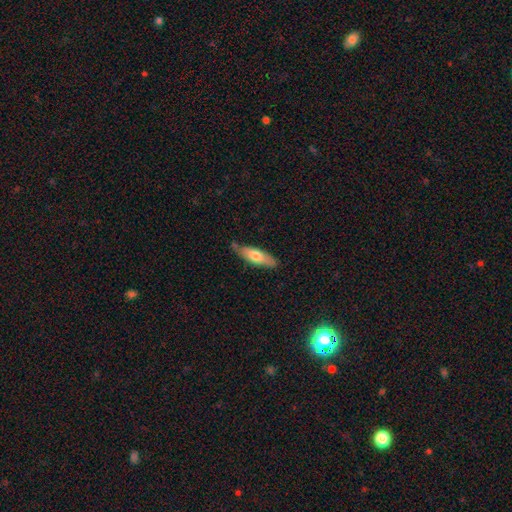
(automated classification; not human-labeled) The model was most divided on "how rounded": cigar-shaped: 50%, in between: 48%, round: 2%. More confident: merging — none (71%); smooth or featured — smooth (66%).